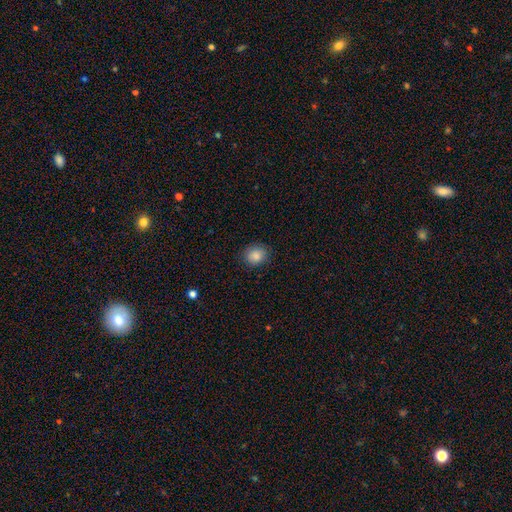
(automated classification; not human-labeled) This appears to be a smooth galaxy with no disk features (86%) that is round (68%). Merging: none (85%).